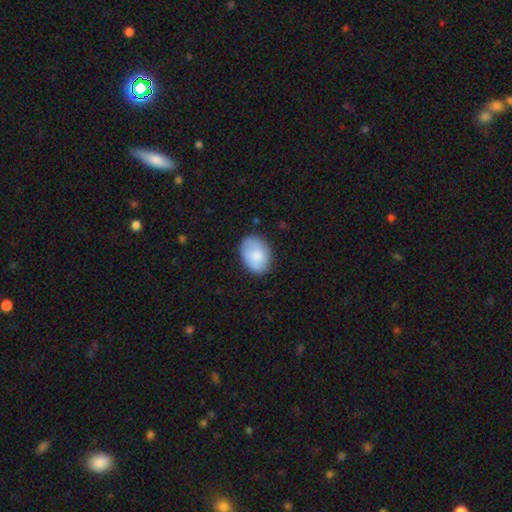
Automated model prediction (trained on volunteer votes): smooth-or-featured: smooth: 79% | featured or disk: 15% | star or artifact: 6%
  how-rounded: in between: 78% | round: 21% | cigar-shaped: 1%
  merging: none: 77% | minor disturbance: 17% | major disturbance: 4% | merger: 1%